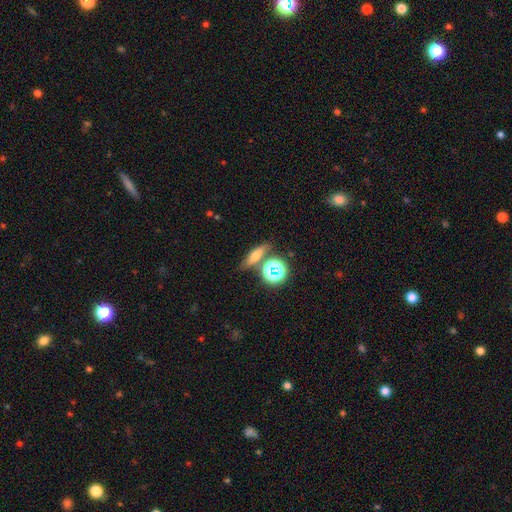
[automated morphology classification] A smooth galaxy with no disk features (52%) that is cigar-shaped (47%).

Vote fractions:
- Smooth or featured? smooth: 52% / featured or disk: 28% / star or artifact: 20%
- How rounded? cigar-shaped: 47% / in between: 34% / round: 19%
- Merging? none: 72% / merger: 14% / minor disturbance: 11% / major disturbance: 4%